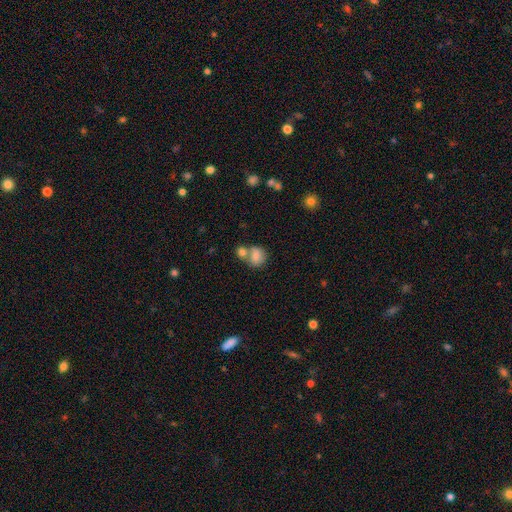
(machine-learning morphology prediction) A smooth galaxy with no disk features (80%) that is round (65%).

Vote fractions:
- Smooth or featured? smooth: 80% / featured or disk: 12% / star or artifact: 9%
- How rounded? round: 65% / in between: 34% / cigar-shaped: 1%
- Merging? merger: 46% / none: 39% / minor disturbance: 11% / major disturbance: 4%